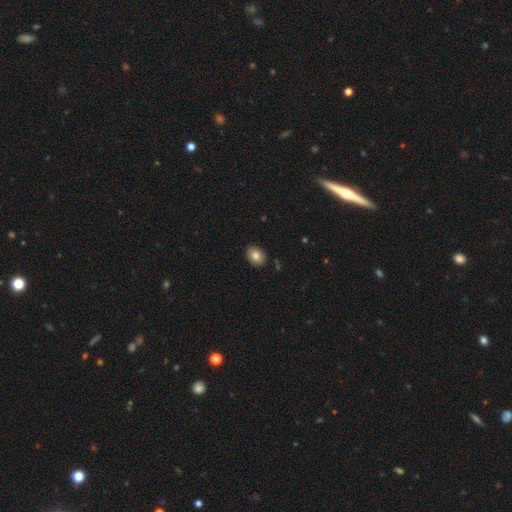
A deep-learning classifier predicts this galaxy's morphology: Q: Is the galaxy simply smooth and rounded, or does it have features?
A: smooth — 82%.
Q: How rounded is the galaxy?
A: in between — 66%.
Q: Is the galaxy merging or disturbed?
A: none — 88%.